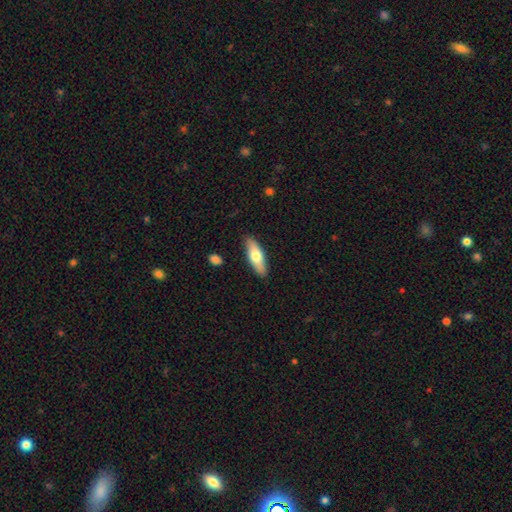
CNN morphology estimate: This appears to be a smooth galaxy with no disk features (65%) that is in between round and cigar-shaped (53%). Merging: none (88%).